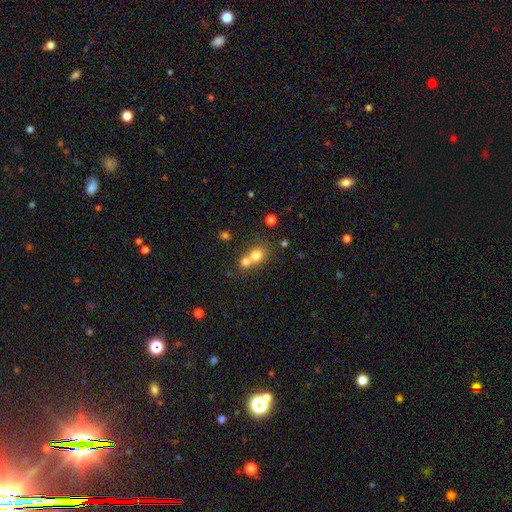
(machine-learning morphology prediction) Smooth or featured?
  - smooth: 75% *
  - featured or disk: 13%
  - star or artifact: 12%
How rounded?
  - round: 73% *
  - in between: 26%
  - cigar-shaped: 1%
Merging?
  - merger: 59% *
  - none: 32%
  - minor disturbance: 6%
  - major disturbance: 3%